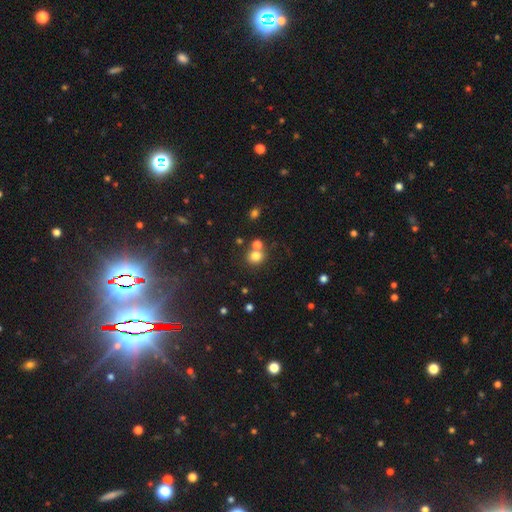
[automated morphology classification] A smooth galaxy with no disk features (77%) that is round (78%).

Vote fractions:
- Smooth or featured? smooth: 77% / star or artifact: 15% / featured or disk: 8%
- How rounded? round: 78% / in between: 21% / cigar-shaped: 1%
- Merging? none: 59% / merger: 27% / minor disturbance: 10% / major disturbance: 4%